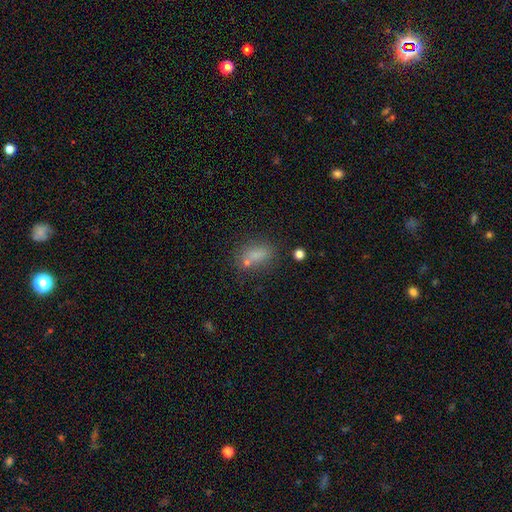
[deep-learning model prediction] smooth-or-featured: smooth: 70% | star or artifact: 19% | featured or disk: 11%
  how-rounded: in between: 73% | round: 16% | cigar-shaped: 11%
  merging: none: 64% | merger: 16% | minor disturbance: 14% | major disturbance: 6%